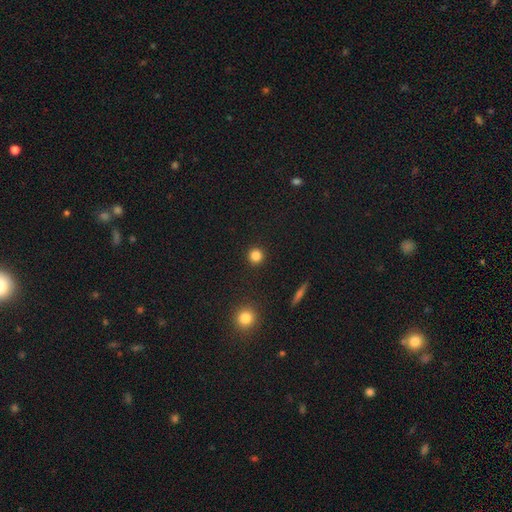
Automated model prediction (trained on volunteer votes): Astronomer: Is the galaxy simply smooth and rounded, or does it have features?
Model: smooth — 83%.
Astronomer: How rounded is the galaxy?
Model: round — 94%.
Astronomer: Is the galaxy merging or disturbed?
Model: none — 92%.